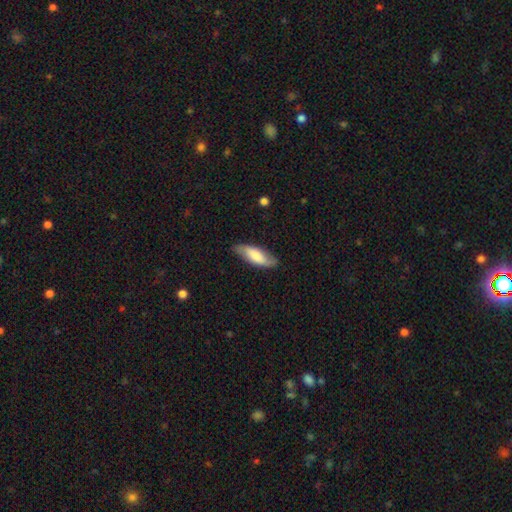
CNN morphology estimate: Smooth or featured: smooth — 64% (featured or disk — 30%)
How rounded: in between — 63% (cigar-shaped — 35%)
Merging: none — 80% (minor disturbance — 16%)